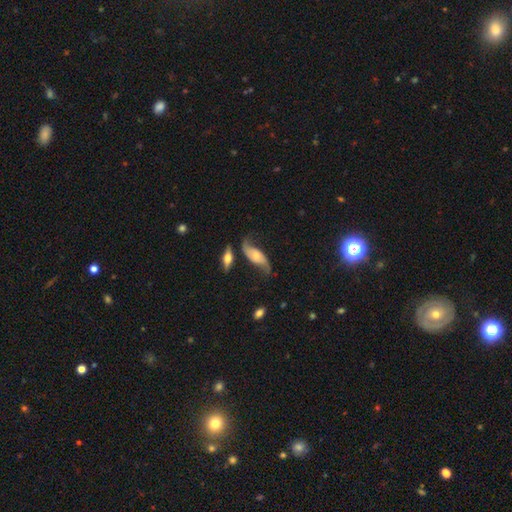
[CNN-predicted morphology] Smooth or featured?
  - featured or disk: 73% *
  - smooth: 20%
  - star or artifact: 6%
Edge-on disk?
  - no: 87% *
  - yes: 13%
Bar?
  - no: 62% *
  - weak: 28%
  - strong: 10%
Spiral arms?
  - yes: 92% *
  - no: 8%
Spiral winding?
  - loose: 79% *
  - medium: 16%
  - tight: 6%
Spiral arm count?
  - 2: 90% *
  - can't tell: 4%
  - 1: 3%
  - 3: 1%
  - 4: 1%
  - more than 4: 1%
Bulge size?
  - small: 46% *
  - moderate: 39%
  - large: 6%
  - none: 6%
  - dominant: 2%
Merging?
  - none: 59% *
  - minor disturbance: 22%
  - major disturbance: 12%
  - merger: 8%